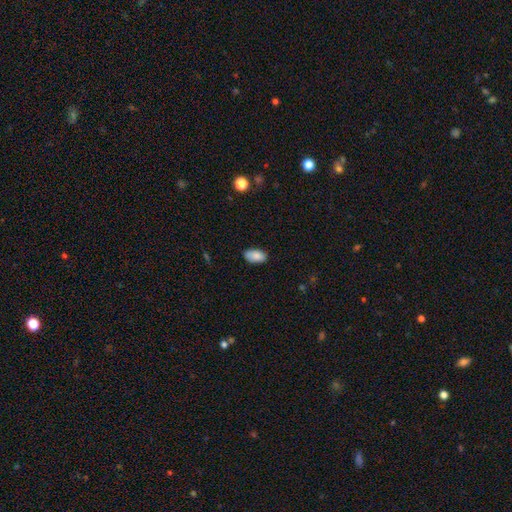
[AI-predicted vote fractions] Smooth or featured? smooth (87%)
How rounded? in between (94%)
Merging? none (83%)